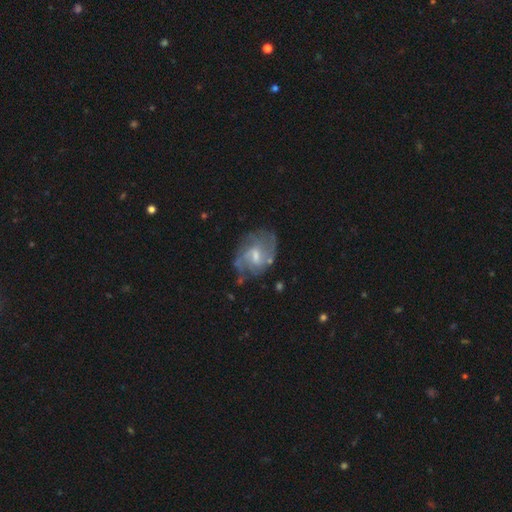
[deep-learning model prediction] Smooth or featured: featured or disk — 79% (smooth — 14%)
Edge-on disk: no — 97% (yes — 3%)
Bar: weak — 62% (no — 22%)
Spiral arms: yes — 88% (no — 12%)
Spiral winding: medium — 45% (loose — 29%)
Spiral arm count: 2 — 47% (can't tell — 27%)
Bulge size: small — 44% (moderate — 41%)
Merging: none — 59% (minor disturbance — 23%)